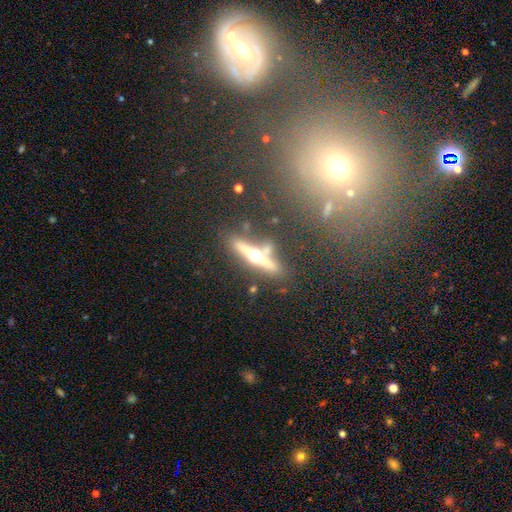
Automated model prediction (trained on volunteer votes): Smooth or featured: featured or disk — 73% (smooth — 18%)
Edge-on disk: yes — 95% (no — 5%)
Edge-on bulge: rounded — 96% (boxy — 2%)
Merging: none — 74% (minor disturbance — 11%)